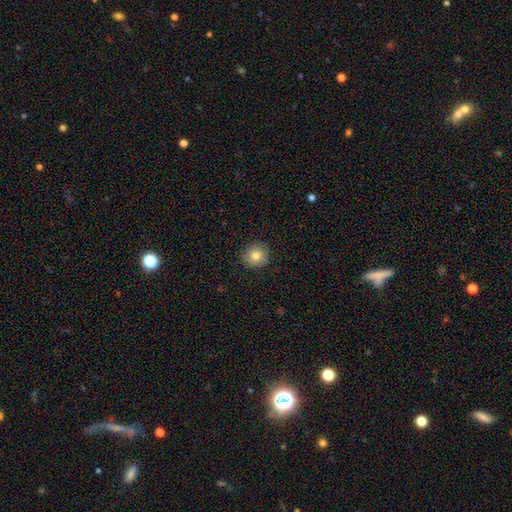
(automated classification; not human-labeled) Smooth or featured? smooth (81%)
How rounded? round (91%)
Merging? none (90%)